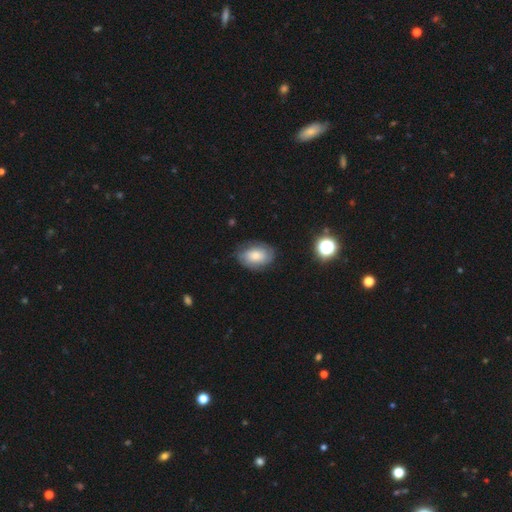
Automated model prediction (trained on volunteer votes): A smooth galaxy with no disk features (64%) that is in between round and cigar-shaped (83%). Merging: none (74%).